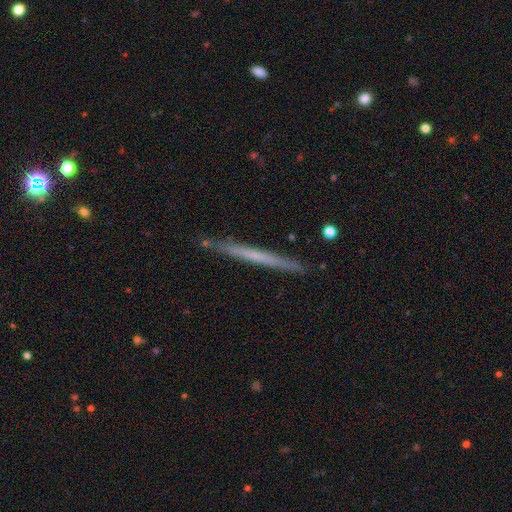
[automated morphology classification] This is possibly a smooth galaxy (49%). Merging: clearly none (89%).